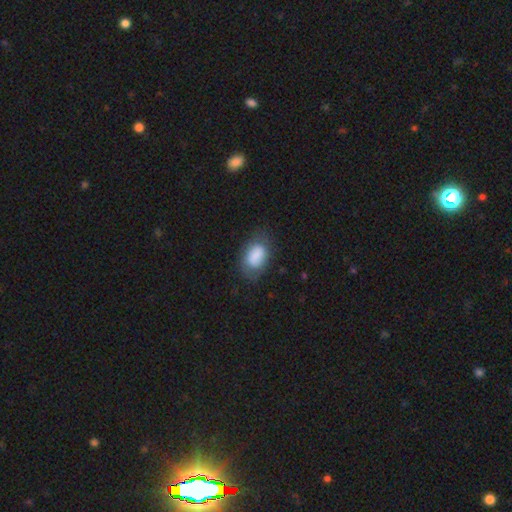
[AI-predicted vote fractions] Smooth or featured?
  - smooth: 81% *
  - featured or disk: 12%
  - star or artifact: 7%
How rounded?
  - in between: 86% *
  - round: 13%
  - cigar-shaped: 1%
Merging?
  - none: 64% *
  - minor disturbance: 24%
  - major disturbance: 11%
  - merger: 2%